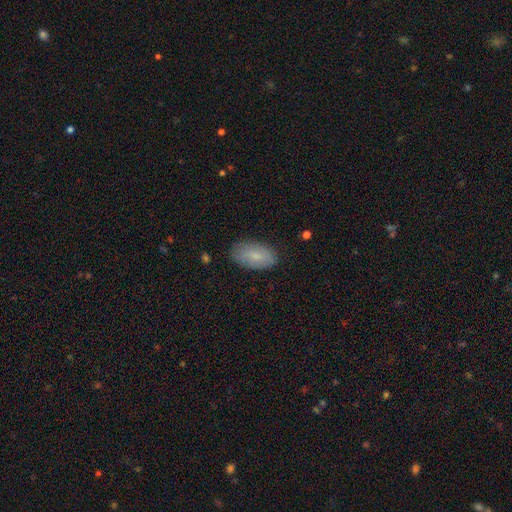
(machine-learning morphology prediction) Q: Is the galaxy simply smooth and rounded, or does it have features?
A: smooth — 78%.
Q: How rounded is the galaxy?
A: in between — 94%.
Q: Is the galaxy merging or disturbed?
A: none — 82%.